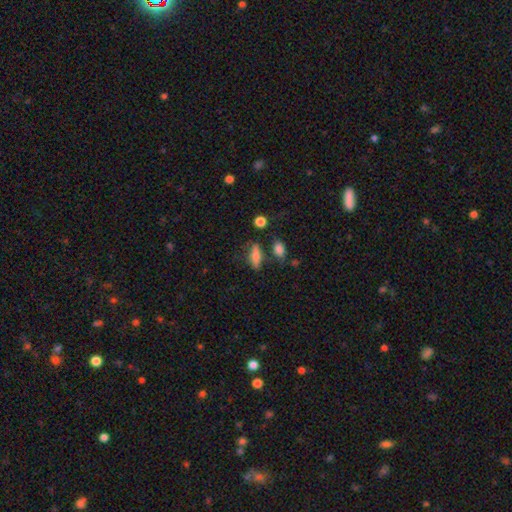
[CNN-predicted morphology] The model was most divided on "how rounded": in between: 57%, cigar-shaped: 38%, round: 5%. More confident: smooth or featured — smooth (68%); merging — none (64%).